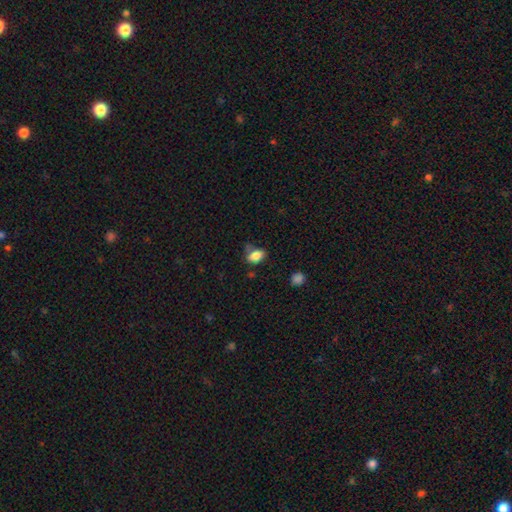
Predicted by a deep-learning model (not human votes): Smooth or featured? smooth (83%)
How rounded? in between (83%)
Merging? none (56%)